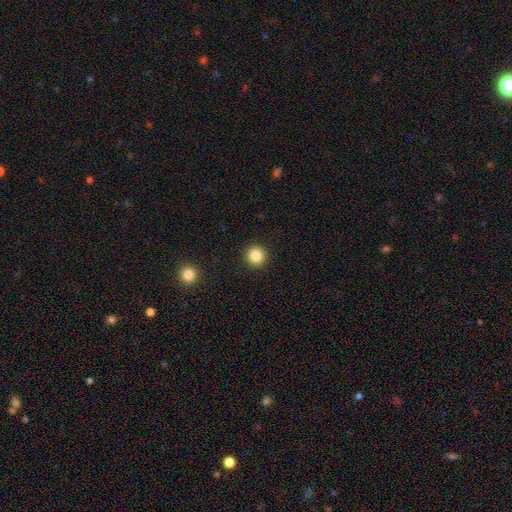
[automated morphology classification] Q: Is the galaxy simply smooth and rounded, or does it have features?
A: smooth — 85%.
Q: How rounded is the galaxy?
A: round — 93%.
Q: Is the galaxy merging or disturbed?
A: none — 93%.